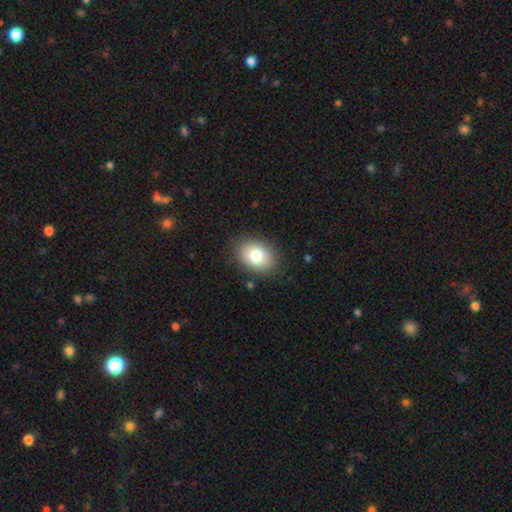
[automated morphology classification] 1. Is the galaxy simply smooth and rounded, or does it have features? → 80% smooth, 11% featured or disk, 9% star or artifact.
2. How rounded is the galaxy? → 71% in between, 28% round, 1% cigar-shaped.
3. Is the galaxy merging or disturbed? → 86% none, 10% minor disturbance, 3% major disturbance, 1% merger.